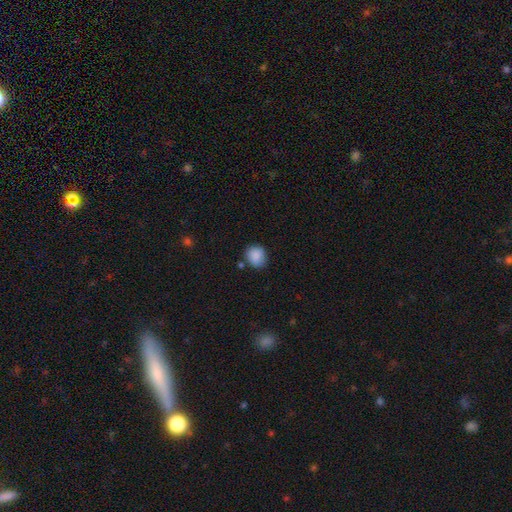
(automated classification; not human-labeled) smooth-or-featured: smooth: 88% | star or artifact: 8% | featured or disk: 4%
  how-rounded: round: 71% | in between: 28% | cigar-shaped: 1%
  merging: none: 74% | minor disturbance: 18% | merger: 4% | major disturbance: 4%